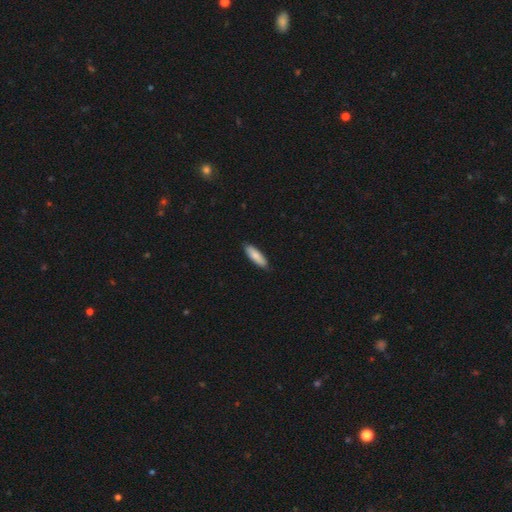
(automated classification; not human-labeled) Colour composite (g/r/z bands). It shows a smooth galaxy with no disk features (84%) that is cigar-shaped (55%). Merging: none (87%).